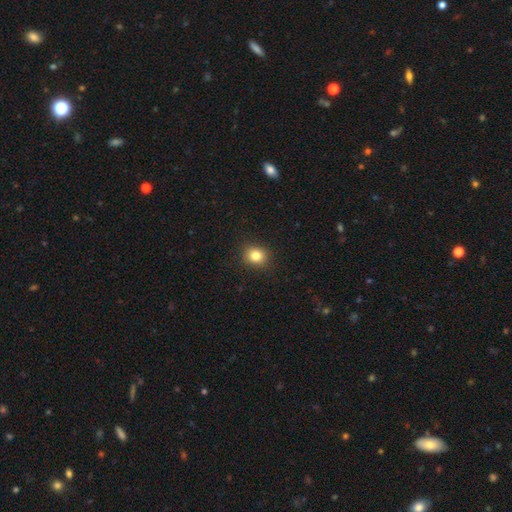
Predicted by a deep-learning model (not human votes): Overall: smooth (83%). How rounded: round (72%). Merging: none (90%).